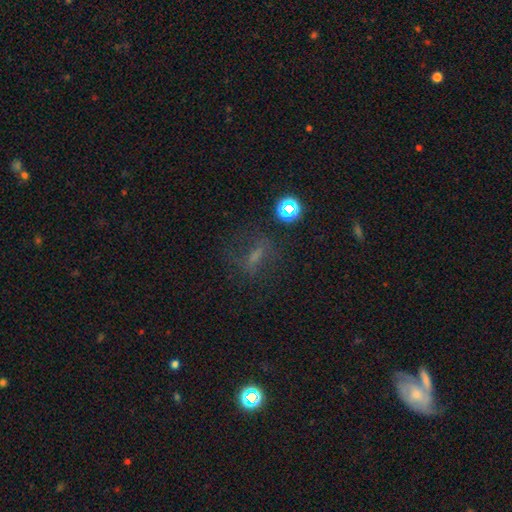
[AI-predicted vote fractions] Morphology: type=smooth (40%); merging=none (65%).